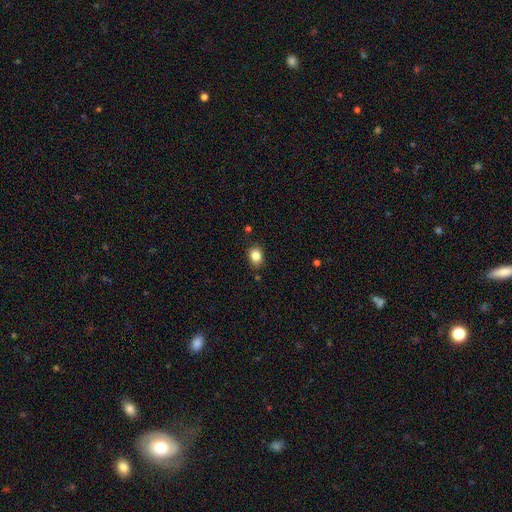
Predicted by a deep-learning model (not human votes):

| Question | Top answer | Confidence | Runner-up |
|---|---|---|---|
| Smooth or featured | smooth | 85% | star or artifact (10%) |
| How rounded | in between | 58% | round (41%) |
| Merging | none | 83% | minor disturbance (13%) |